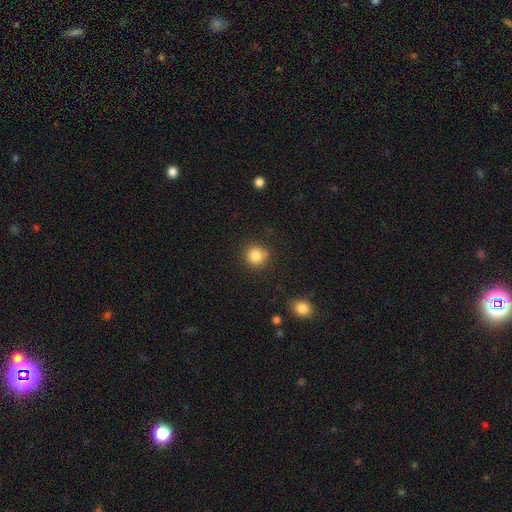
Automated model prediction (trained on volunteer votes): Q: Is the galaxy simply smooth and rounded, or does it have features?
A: smooth — 84%.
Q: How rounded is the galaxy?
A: round — 92%.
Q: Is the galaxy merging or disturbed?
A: none — 84%.